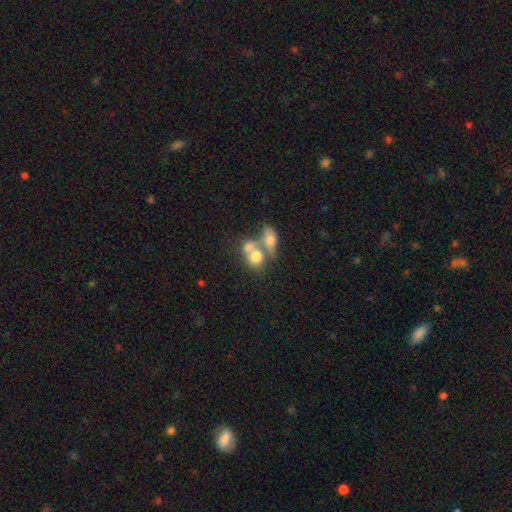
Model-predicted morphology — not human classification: Overall: smooth (57%; featured or disk 29%). How rounded: round (51%; in between 46%). Merging: merger (60%; none 27%).